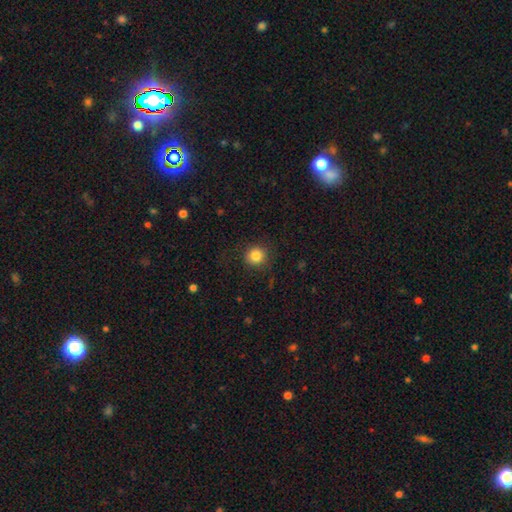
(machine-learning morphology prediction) A smooth galaxy with no disk features (84%) that is round (92%). Merging: none (87%).